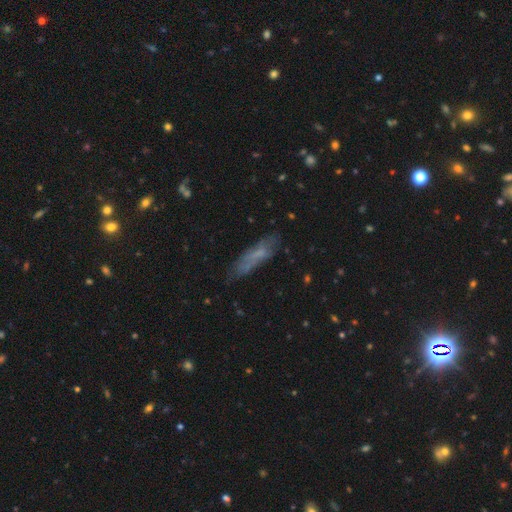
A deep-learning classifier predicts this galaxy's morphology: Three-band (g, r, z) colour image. It shows a smooth galaxy with no disk features (58%) that is cigar-shaped (68%). Merging: none (63%).